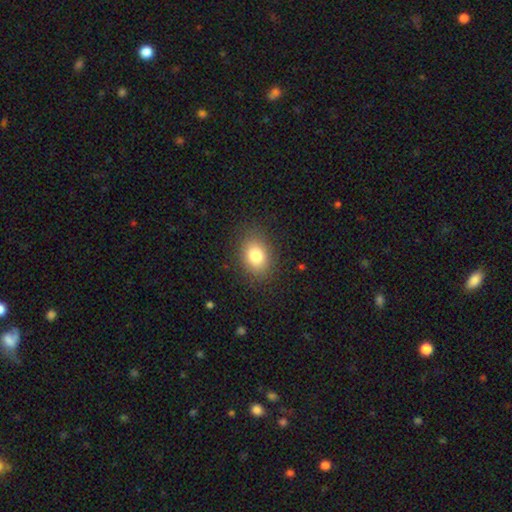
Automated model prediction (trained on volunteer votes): smooth_or_featured: smooth (p=0.81) [alt: star or artifact p=0.10]
how_rounded: in between (p=0.65) [alt: round p=0.34]
merging: none (p=0.86) [alt: minor disturbance p=0.10]